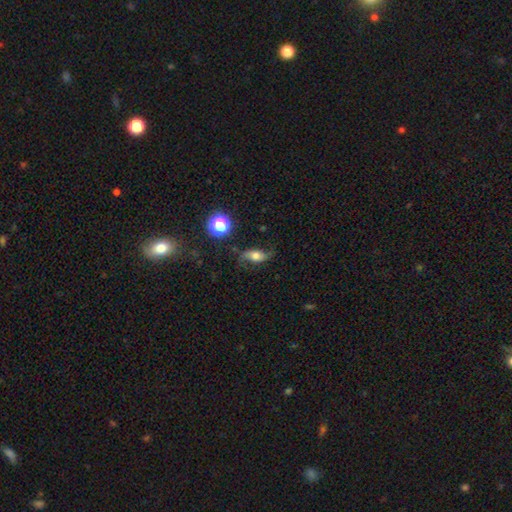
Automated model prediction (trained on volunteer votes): smooth-or-featured: featured or disk: 48% | smooth: 40% | star or artifact: 12%
  merging: none: 66% | minor disturbance: 21% | major disturbance: 10% | merger: 2%